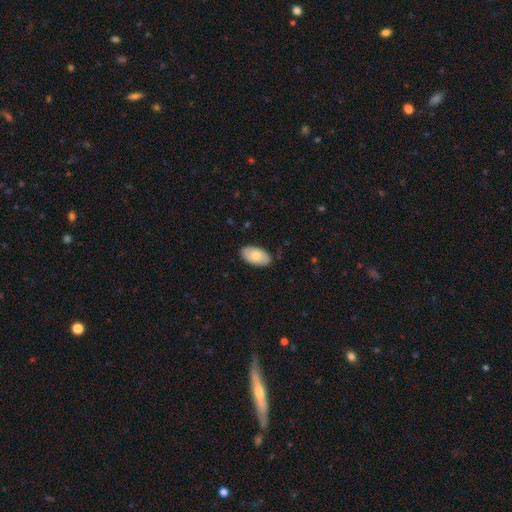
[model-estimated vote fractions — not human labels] Overall: smooth (79%). How rounded: in between (95%). Merging: none (84%).